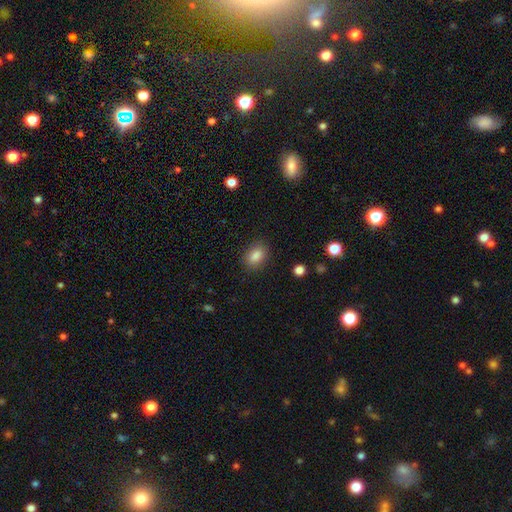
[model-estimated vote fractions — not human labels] This appears to be a smooth galaxy with no disk features (86%) that is in between round and cigar-shaped (77%). Merging: none (85%).